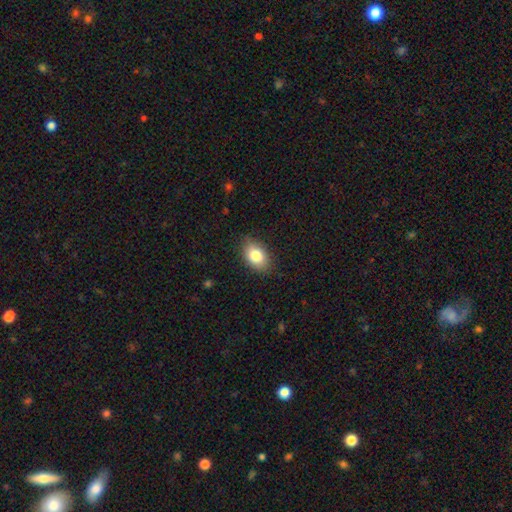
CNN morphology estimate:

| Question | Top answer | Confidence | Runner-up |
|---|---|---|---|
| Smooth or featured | smooth | 81% | featured or disk (11%) |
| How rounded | in between | 88% | round (10%) |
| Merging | none | 84% | minor disturbance (13%) |